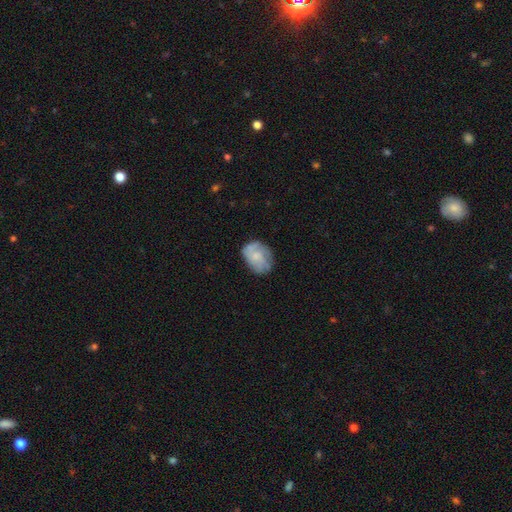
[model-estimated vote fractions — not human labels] A smooth galaxy with no disk features (48%).

Vote fractions:
- Smooth or featured? smooth: 48% / featured or disk: 44% / star or artifact: 7%
- Merging? none: 64% / minor disturbance: 25% / major disturbance: 10% / merger: 2%